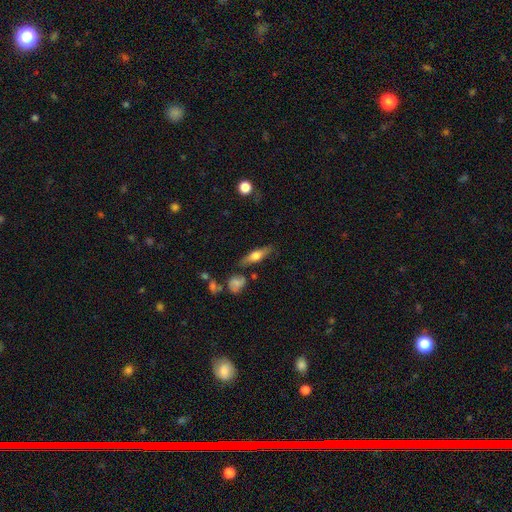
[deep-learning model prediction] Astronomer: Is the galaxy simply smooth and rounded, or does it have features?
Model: featured or disk — 48% (runner-up: smooth, 45%).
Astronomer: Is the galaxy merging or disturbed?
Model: none — 79%.